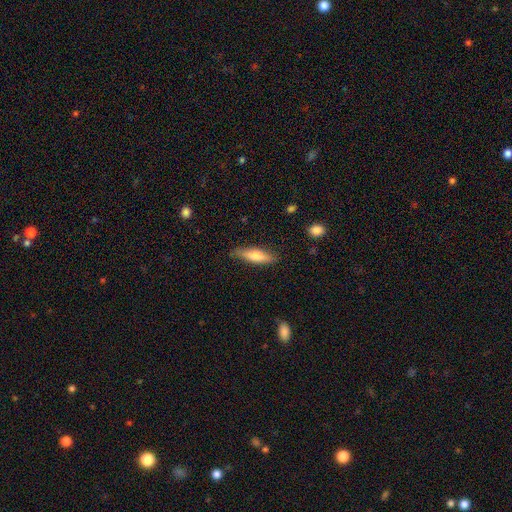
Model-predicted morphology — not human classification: smooth-or-featured: smooth: 64% | featured or disk: 30% | star or artifact: 6%
  how-rounded: cigar-shaped: 67% | in between: 31% | round: 2%
  merging: none: 83% | minor disturbance: 13% | major disturbance: 3% | merger: 1%